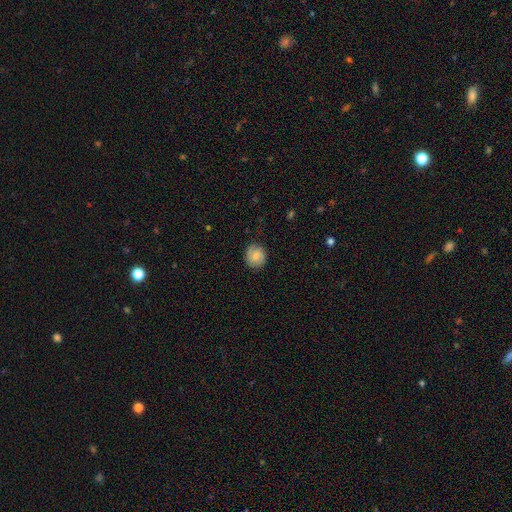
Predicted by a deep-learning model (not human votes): The model was most divided on "smooth or featured": smooth: 62%, featured or disk: 30%, star or artifact: 8%. More confident: how rounded — round (82%); merging — none (79%).